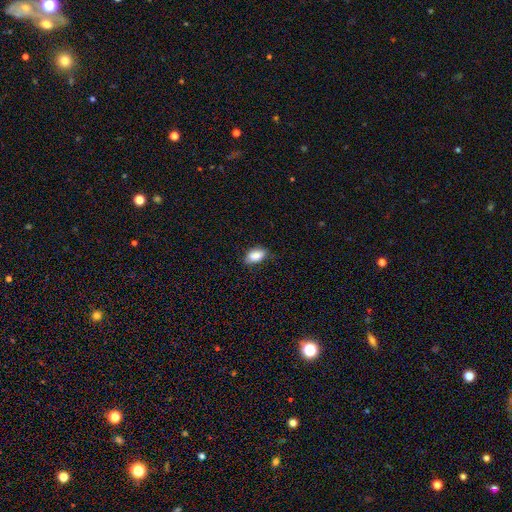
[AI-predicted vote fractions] Overall: smooth (86%). How rounded: in between (91%). Merging: none (70%).